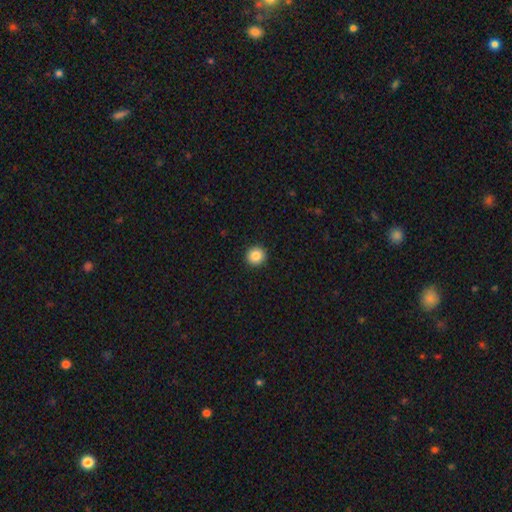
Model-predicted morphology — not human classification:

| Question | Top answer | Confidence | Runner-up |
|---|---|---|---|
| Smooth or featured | smooth | 87% | star or artifact (9%) |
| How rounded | round | 94% | in between (5%) |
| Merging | none | 93% | minor disturbance (4%) |